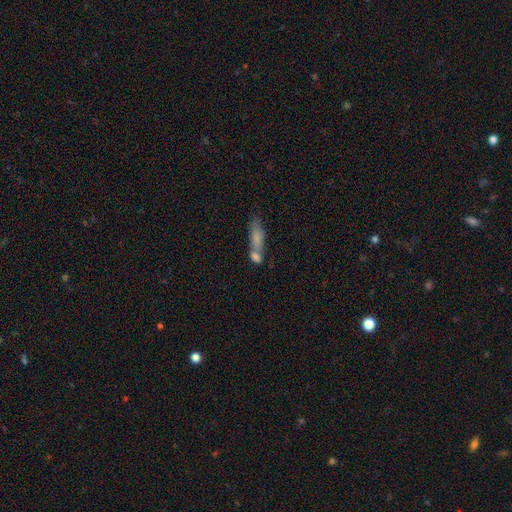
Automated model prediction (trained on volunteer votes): Smooth or featured? Predicted: smooth (p=0.73). How rounded? Predicted: in between (p=0.60). Merging? Predicted: merger (p=0.58).